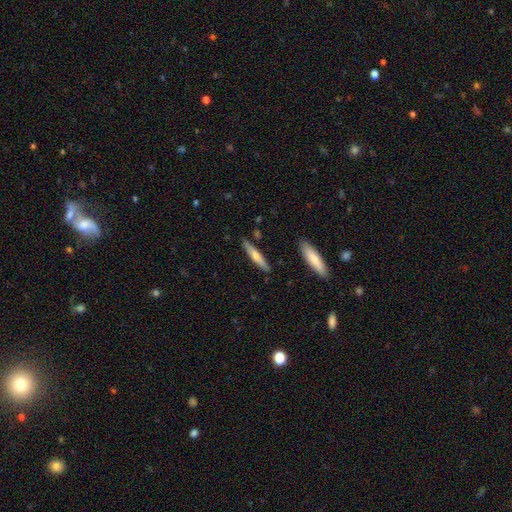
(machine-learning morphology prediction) This is possibly a smooth galaxy (57%). How rounded: clearly cigar-shaped (87%). Merging: clearly none (87%).